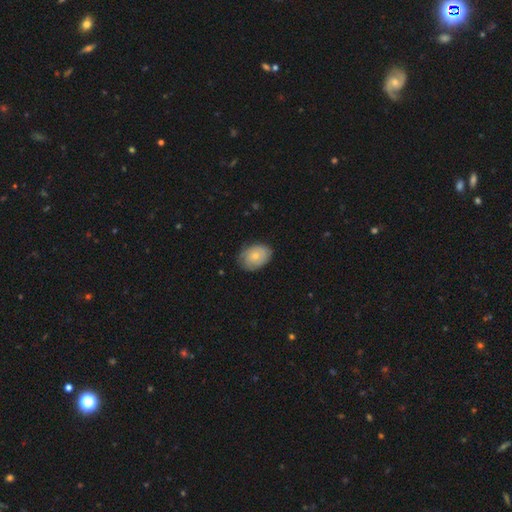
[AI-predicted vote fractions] Smooth or featured: smooth — 57% (featured or disk — 37%)
How rounded: in between — 72% (round — 26%)
Merging: none — 71% (minor disturbance — 23%)